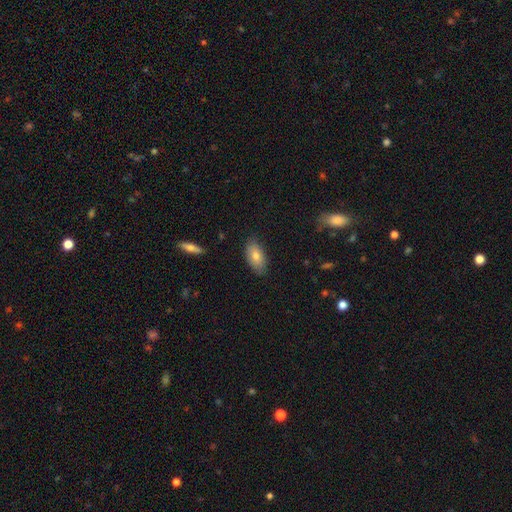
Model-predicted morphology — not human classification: type=smooth (77%); roundness=in between (92%); merging=none (82%).